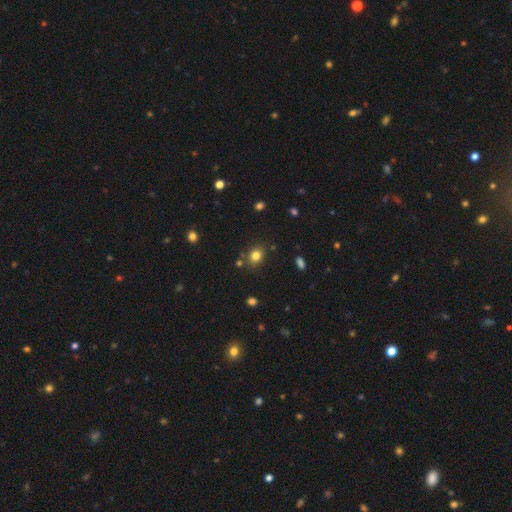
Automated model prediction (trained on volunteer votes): Smooth or featured? Predicted: smooth (p=0.79). How rounded? Predicted: round (p=0.61). Merging? Predicted: none (p=0.78).